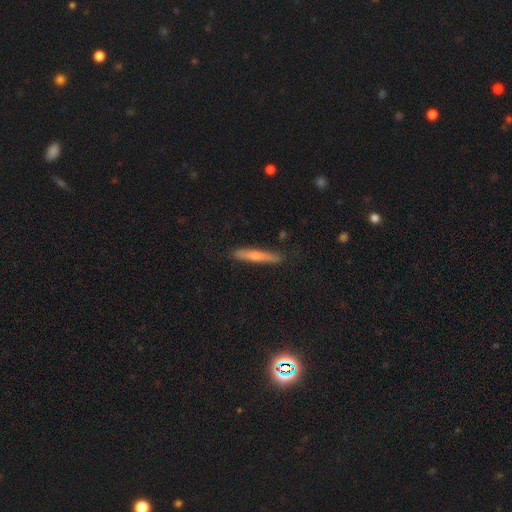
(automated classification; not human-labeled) Smooth or featured?
  - smooth: 54% *
  - featured or disk: 39%
  - star or artifact: 6%
How rounded?
  - cigar-shaped: 93% *
  - in between: 5%
  - round: 2%
Merging?
  - none: 86% *
  - minor disturbance: 11%
  - major disturbance: 2%
  - merger: 1%